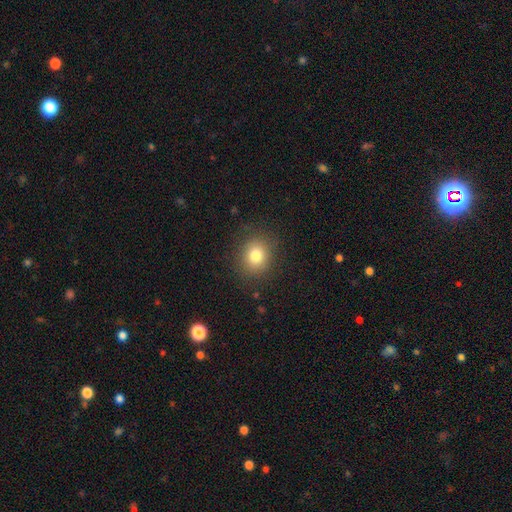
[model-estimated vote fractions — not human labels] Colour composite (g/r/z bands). It shows a smooth galaxy with no disk features (80%) that is round (74%). Merging: none (86%).